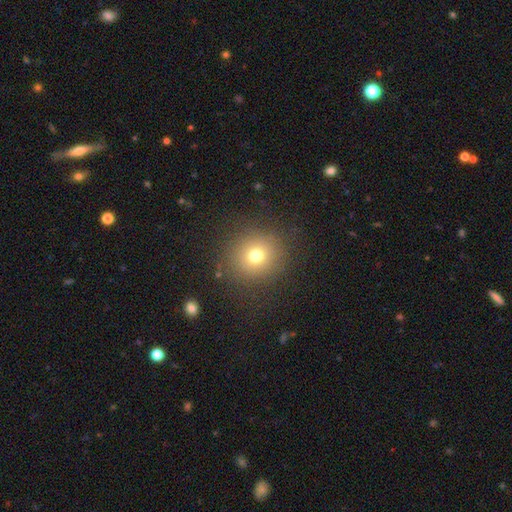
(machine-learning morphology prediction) Q: Smooth or featured?
A: smooth (72%); runner-up: star or artifact (17%)
Q: How rounded?
A: round (90%); runner-up: in between (9%)
Q: Merging?
A: none (87%); runner-up: minor disturbance (7%)